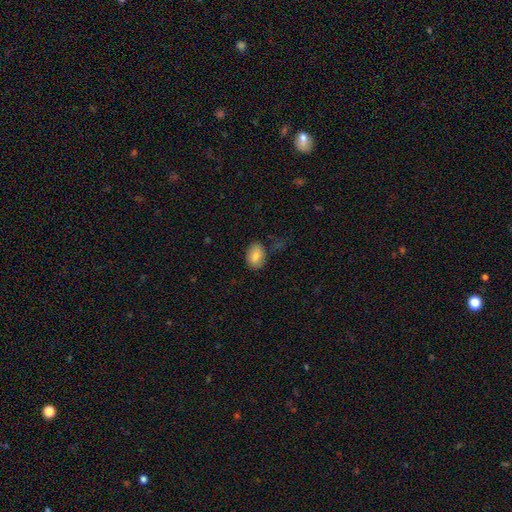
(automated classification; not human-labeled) smooth_or_featured: smooth (p=0.86) [alt: star or artifact p=0.08]
how_rounded: in between (p=0.80) [alt: round p=0.19]
merging: none (p=0.77) [alt: minor disturbance p=0.16]